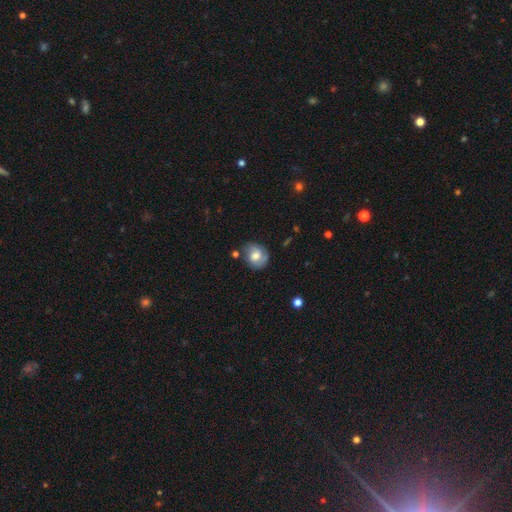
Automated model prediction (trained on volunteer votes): smooth 58%, featured or disk 33%, star or artifact 9%. Down the decision tree: how rounded — round (67%); merging — none (65%).